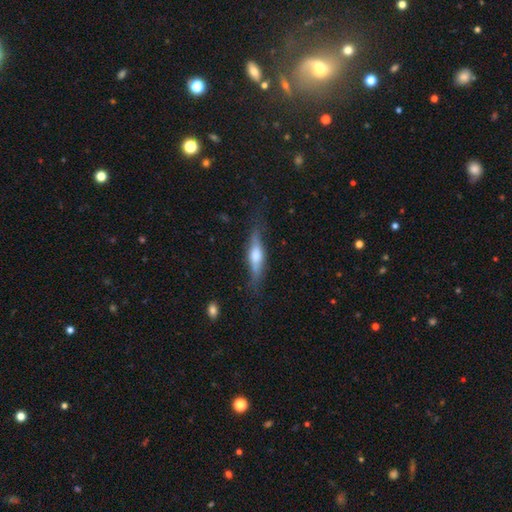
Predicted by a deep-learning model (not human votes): featured or disk 52%, smooth 42%, star or artifact 6%. Down the decision tree: edge-on disk — yes (89%); merging — none (71%).